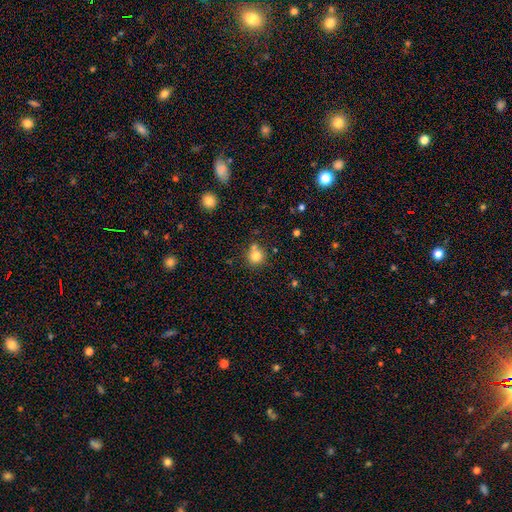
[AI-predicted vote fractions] smooth_or_featured: smooth (p=0.79) [alt: star or artifact p=0.13]
how_rounded: round (p=0.90) [alt: in between p=0.09]
merging: none (p=0.68) [alt: merger p=0.17]